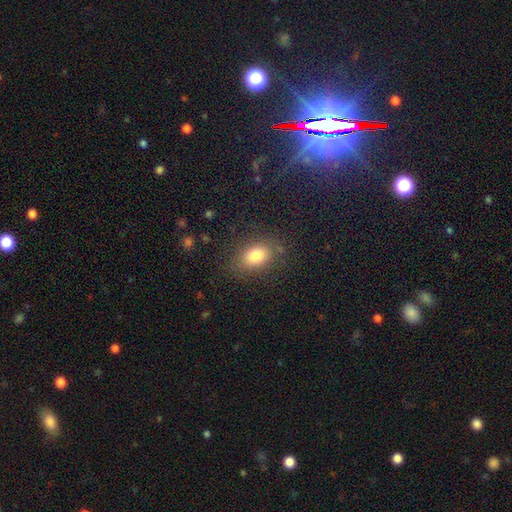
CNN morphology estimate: This is clearly a smooth galaxy (81%). How rounded: clearly in between (82%). Merging: clearly none (81%).